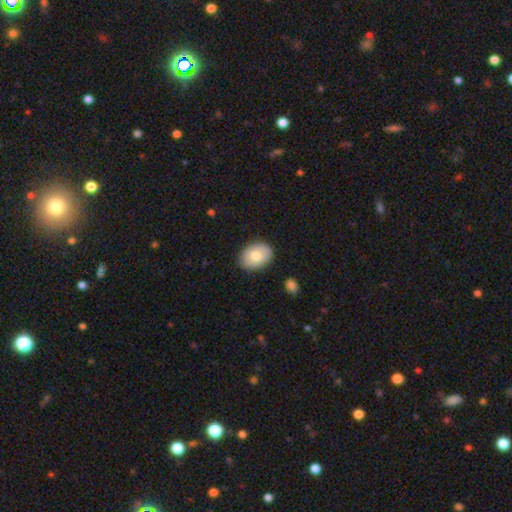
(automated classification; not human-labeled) smooth_or_featured: smooth (p=0.75) [alt: featured or disk p=0.18]
how_rounded: in between (p=0.76) [alt: round p=0.23]
merging: none (p=0.86) [alt: minor disturbance p=0.10]